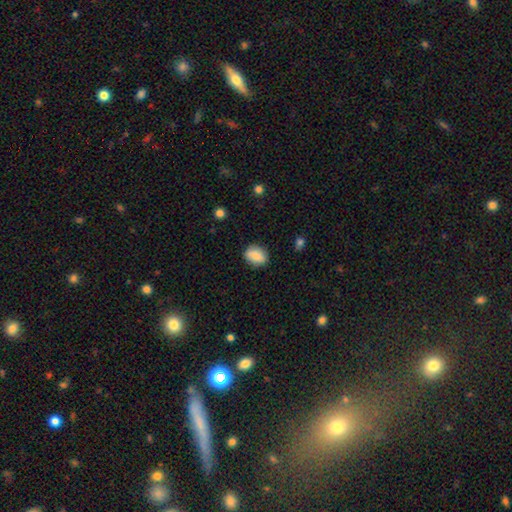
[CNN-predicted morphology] A smooth galaxy with no disk features (83%) that is in between round and cigar-shaped (61%). Merging: none (80%).